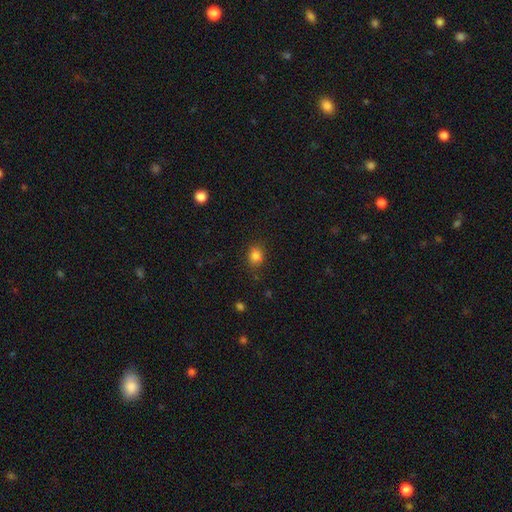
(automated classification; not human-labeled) Smooth or featured?
  - smooth: 82% *
  - star or artifact: 12%
  - featured or disk: 5%
How rounded?
  - round: 64% *
  - in between: 34%
  - cigar-shaped: 1%
Merging?
  - none: 82% *
  - minor disturbance: 13%
  - major disturbance: 3%
  - merger: 2%